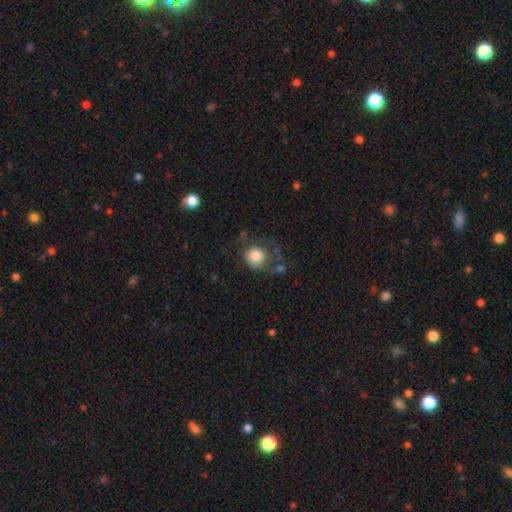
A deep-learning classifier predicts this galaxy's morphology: smooth-or-featured: smooth: 74% | featured or disk: 18% | star or artifact: 8%
  how-rounded: round: 81% | in between: 18% | cigar-shaped: 1%
  merging: none: 35% | major disturbance: 34% | minor disturbance: 22% | merger: 8%